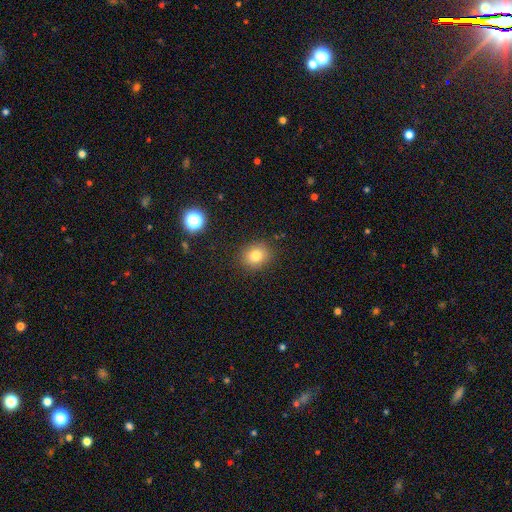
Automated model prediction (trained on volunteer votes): A smooth galaxy with no disk features (78%) that is round (69%). Merging: none (88%).